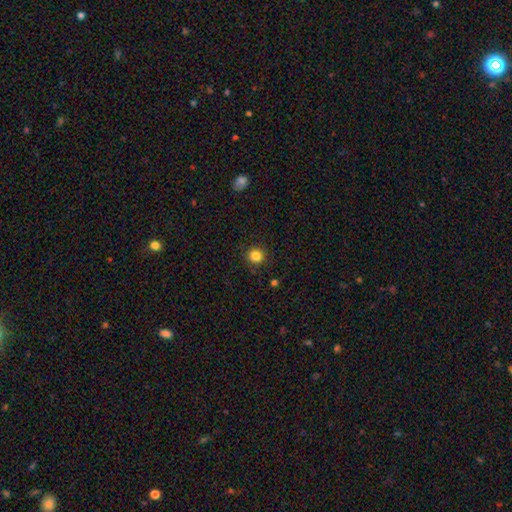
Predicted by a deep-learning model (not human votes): Q: Smooth or featured?
A: smooth (84%); runner-up: star or artifact (12%)
Q: How rounded?
A: round (93%); runner-up: in between (6%)
Q: Merging?
A: none (90%); runner-up: minor disturbance (7%)